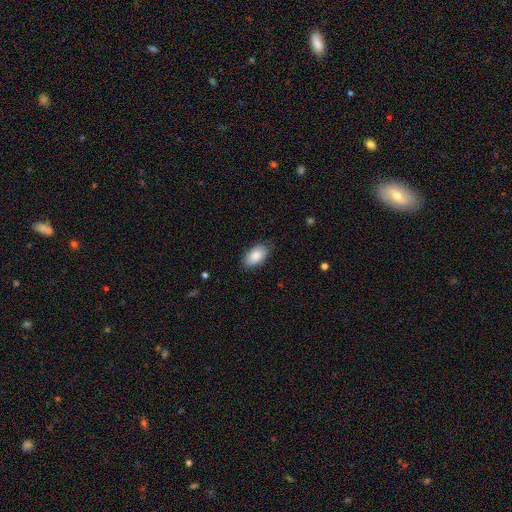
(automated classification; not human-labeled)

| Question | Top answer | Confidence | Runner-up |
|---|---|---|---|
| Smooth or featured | smooth | 86% | featured or disk (7%) |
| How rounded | in between | 94% | round (4%) |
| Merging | none | 83% | minor disturbance (13%) |